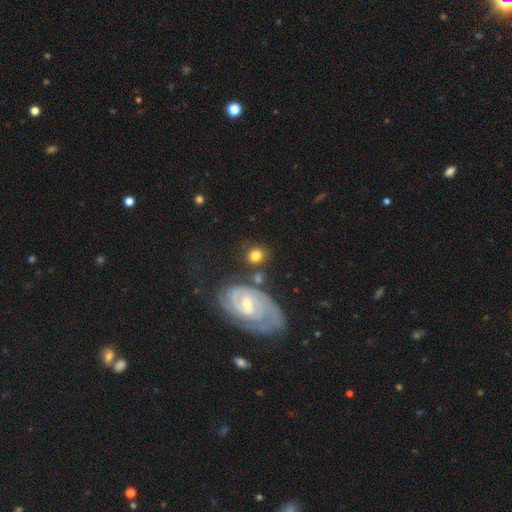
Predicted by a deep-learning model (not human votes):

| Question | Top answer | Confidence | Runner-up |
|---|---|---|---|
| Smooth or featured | smooth | 64% | featured or disk (29%) |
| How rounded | round | 78% | in between (21%) |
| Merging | none | 72% | minor disturbance (12%) |